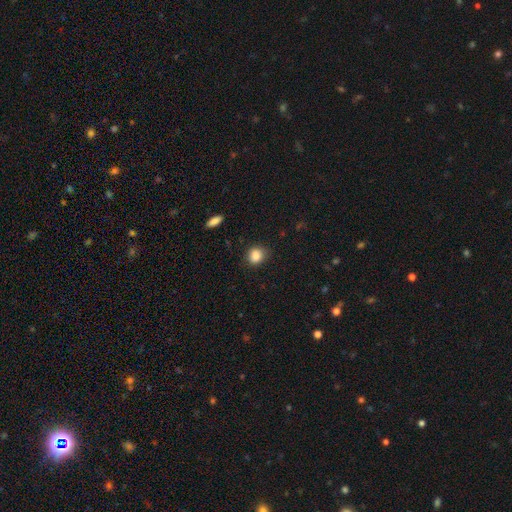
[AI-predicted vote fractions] This is clearly a smooth galaxy (86%). How rounded: likely round (70%). Merging: clearly none (81%).